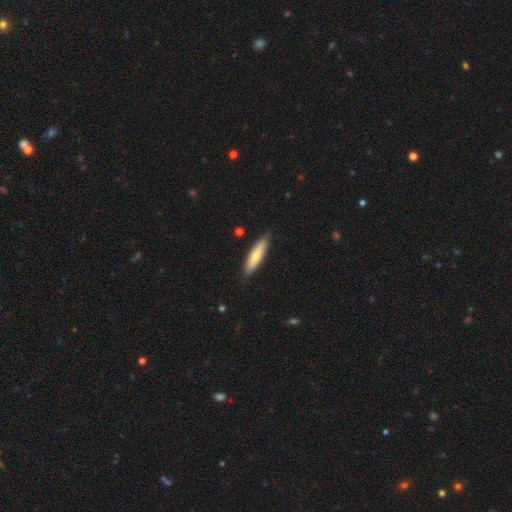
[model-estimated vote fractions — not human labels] A smooth galaxy with no disk features (68%) that is cigar-shaped (67%).

Vote fractions:
- Smooth or featured? smooth: 68% / featured or disk: 27% / star or artifact: 5%
- How rounded? cigar-shaped: 67% / in between: 31% / round: 2%
- Merging? none: 86% / minor disturbance: 11% / major disturbance: 2% / merger: 1%